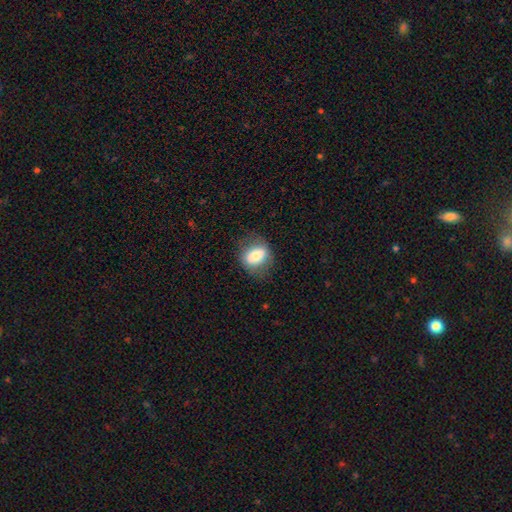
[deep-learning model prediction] A smooth galaxy with no disk features (72%) that is in between round and cigar-shaped (63%).

Vote fractions:
- Smooth or featured? smooth: 72% / featured or disk: 20% / star or artifact: 8%
- How rounded? in between: 63% / round: 35% / cigar-shaped: 2%
- Merging? none: 73% / minor disturbance: 18% / major disturbance: 7% / merger: 1%